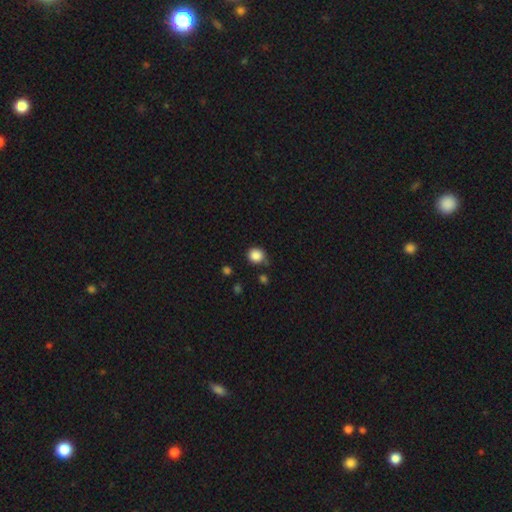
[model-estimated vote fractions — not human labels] The model was most divided on "merging": none: 71%, minor disturbance: 21%, major disturbance: 5%, merger: 4%. More confident: smooth or featured — smooth (87%); how rounded — round (84%).